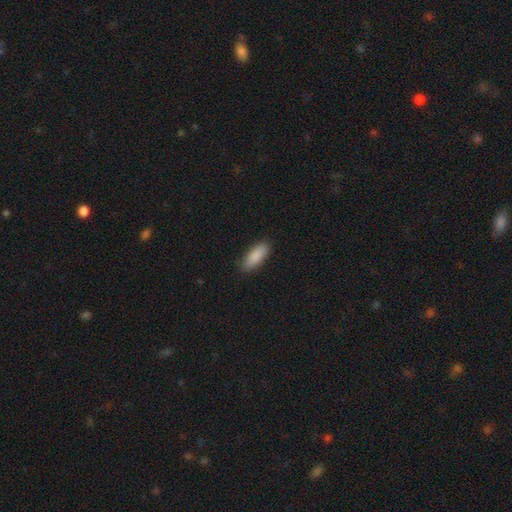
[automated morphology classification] type=smooth (89%); roundness=in between (75%); merging=none (87%).